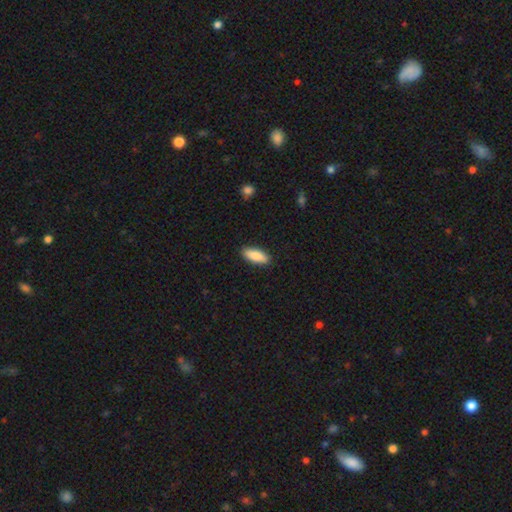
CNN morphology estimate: Q: Smooth or featured?
A: smooth (85%); runner-up: featured or disk (9%)
Q: How rounded?
A: in between (71%); runner-up: cigar-shaped (27%)
Q: Merging?
A: none (90%); runner-up: minor disturbance (8%)